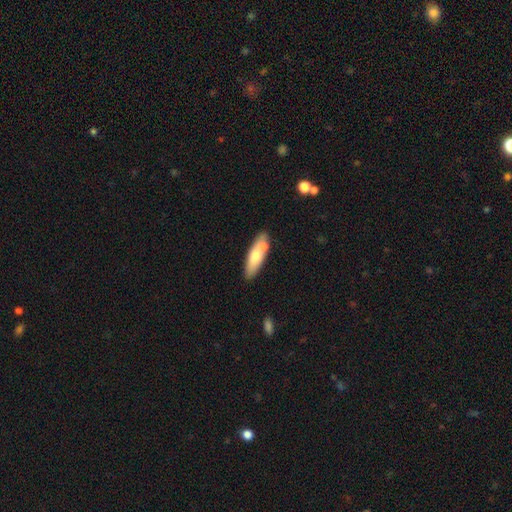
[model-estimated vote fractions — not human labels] smooth 67%, featured or disk 28%, star or artifact 6%. Down the decision tree: how rounded — cigar-shaped (50%); merging — none (66%).